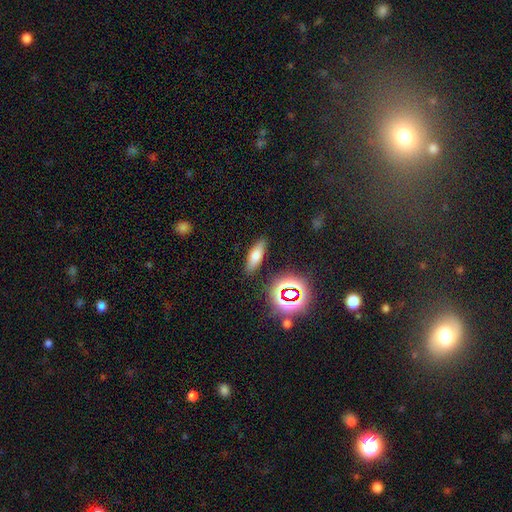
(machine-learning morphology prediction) smooth_or_featured: smooth (p=0.68) [alt: featured or disk p=0.16]
how_rounded: in between (p=0.55) [alt: cigar-shaped p=0.40]
merging: none (p=0.85) [alt: minor disturbance p=0.09]